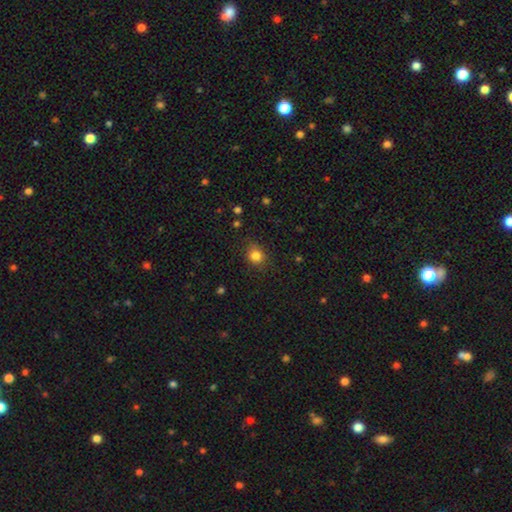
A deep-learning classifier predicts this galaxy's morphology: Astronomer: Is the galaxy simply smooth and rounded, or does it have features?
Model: smooth — 83%.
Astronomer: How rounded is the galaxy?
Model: round — 74%.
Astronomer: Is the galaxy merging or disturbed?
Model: none — 84%.